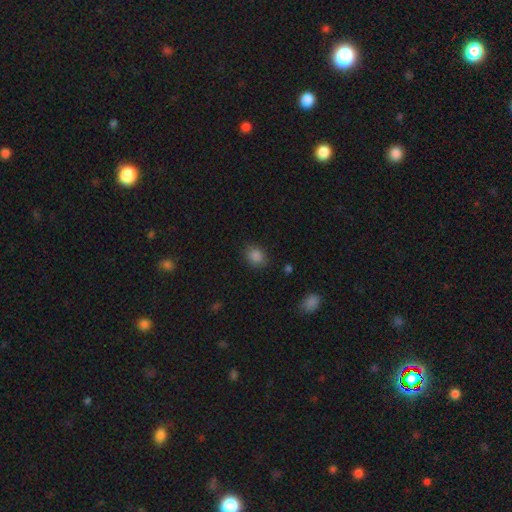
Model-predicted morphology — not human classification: A smooth galaxy with no disk features (85%) that is in between round and cigar-shaped (51%).

Vote fractions:
- Smooth or featured? smooth: 85% / star or artifact: 11% / featured or disk: 4%
- How rounded? in between: 51% / round: 48% / cigar-shaped: 1%
- Merging? none: 83% / minor disturbance: 12% / major disturbance: 3% / merger: 2%